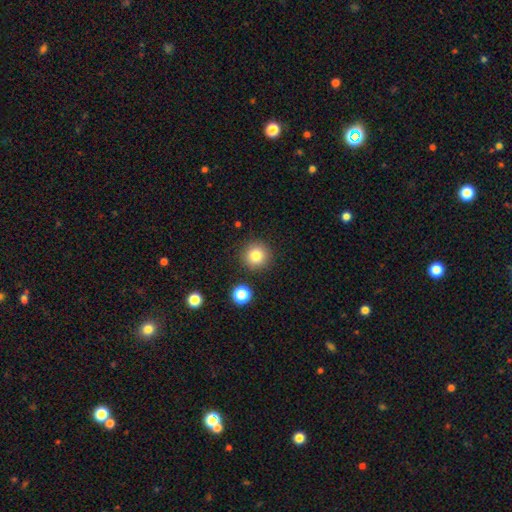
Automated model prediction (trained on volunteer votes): Overall: smooth (82%). How rounded: round (95%). Merging: none (89%).